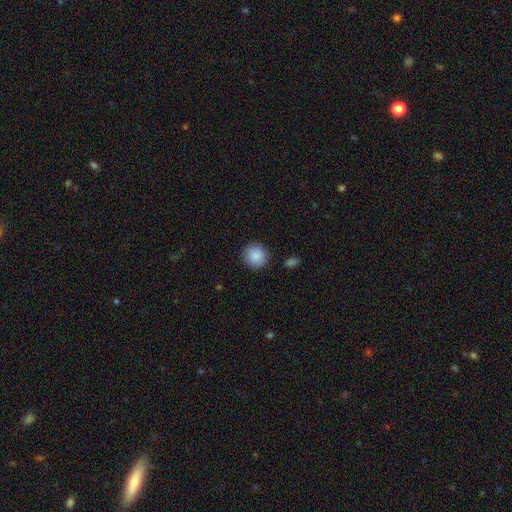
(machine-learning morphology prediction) This is clearly a smooth galaxy (89%). How rounded: clearly round (93%). Merging: clearly none (90%).